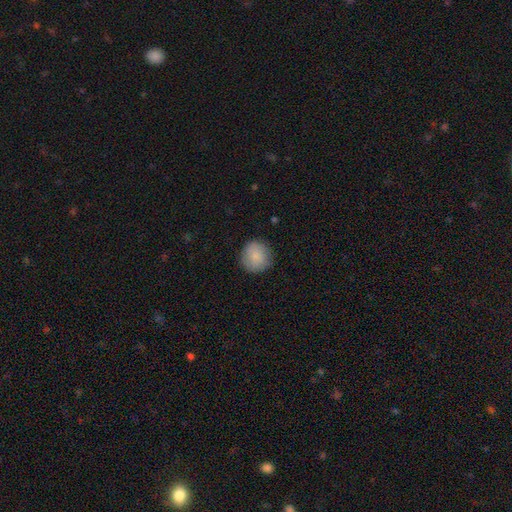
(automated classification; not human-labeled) Smooth or featured? Predicted: smooth (p=0.86). How rounded? Predicted: round (p=0.93). Merging? Predicted: none (p=0.86).